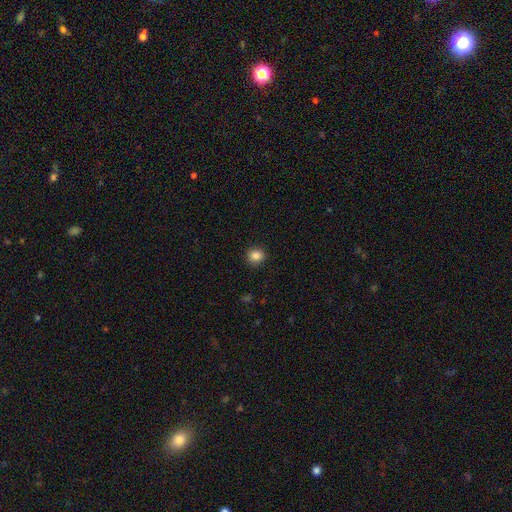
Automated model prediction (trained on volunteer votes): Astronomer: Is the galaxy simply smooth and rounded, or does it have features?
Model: smooth — 86%.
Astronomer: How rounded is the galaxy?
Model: round — 87%.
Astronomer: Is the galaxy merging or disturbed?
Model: none — 91%.